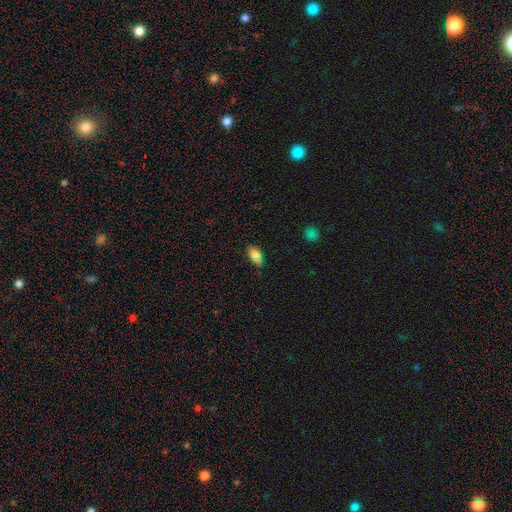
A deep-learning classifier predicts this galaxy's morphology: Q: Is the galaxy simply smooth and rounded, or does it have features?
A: smooth — 72%.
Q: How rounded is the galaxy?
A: in between — 88%.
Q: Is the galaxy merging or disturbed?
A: none — 74%.